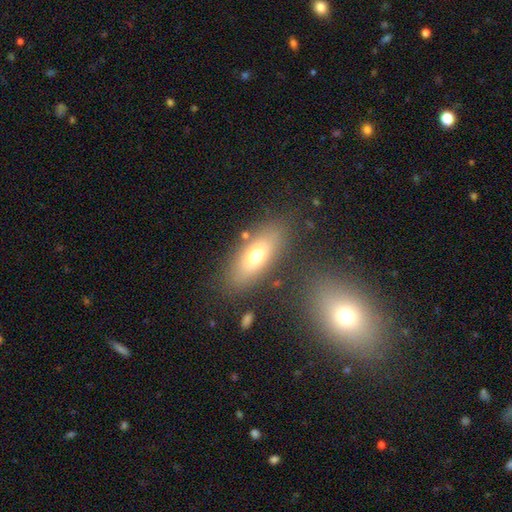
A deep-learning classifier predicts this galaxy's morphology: Smooth or featured? Predicted: smooth (p=0.67). How rounded? Predicted: in between (p=0.76). Merging? Predicted: none (p=0.80).